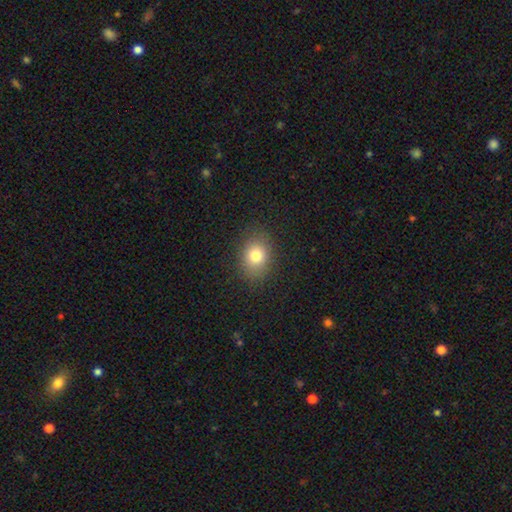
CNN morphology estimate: Overall: smooth (79%). How rounded: in between (50%; round 49%). Merging: none (86%).